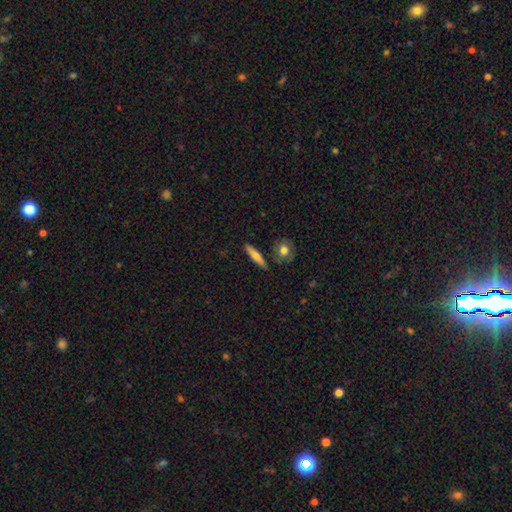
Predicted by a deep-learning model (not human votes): This is possibly a smooth galaxy (54%). How rounded: likely cigar-shaped (80%). Merging: clearly none (84%).